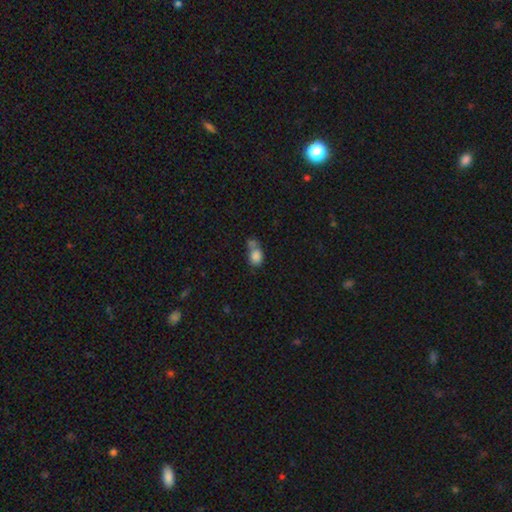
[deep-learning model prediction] Overall: smooth (82%). How rounded: in between (54%; round 45%). Merging: merger (46%; none 32%).